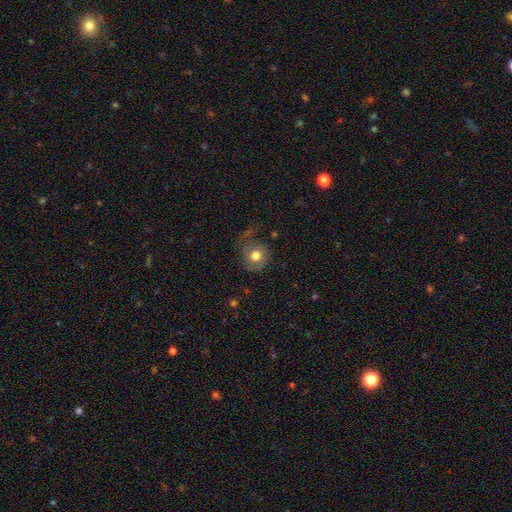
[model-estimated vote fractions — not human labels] Q: Smooth or featured?
A: smooth (66%); runner-up: featured or disk (26%)
Q: How rounded?
A: round (82%); runner-up: in between (17%)
Q: Merging?
A: none (52%); runner-up: major disturbance (23%)